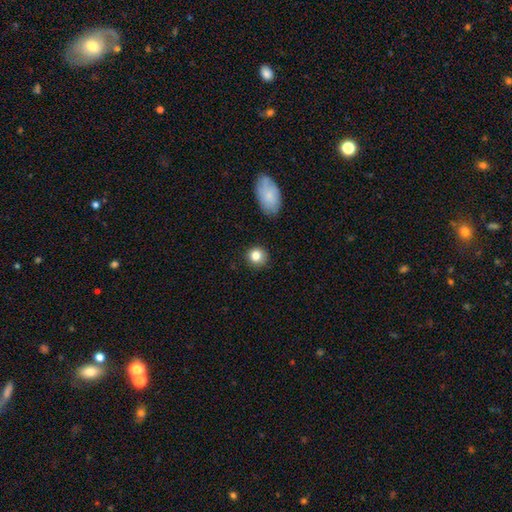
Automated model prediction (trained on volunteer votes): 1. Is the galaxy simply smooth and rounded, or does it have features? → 83% smooth, 10% star or artifact, 7% featured or disk.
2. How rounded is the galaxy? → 89% round, 10% in between, 1% cigar-shaped.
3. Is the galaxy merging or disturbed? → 87% none, 9% minor disturbance, 2% major disturbance, 2% merger.